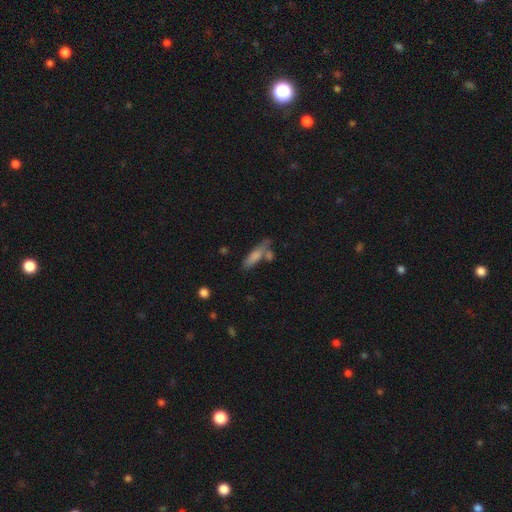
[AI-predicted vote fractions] This is likely a smooth galaxy (68%). How rounded: possibly cigar-shaped (58%). Merging: possibly none (53%).